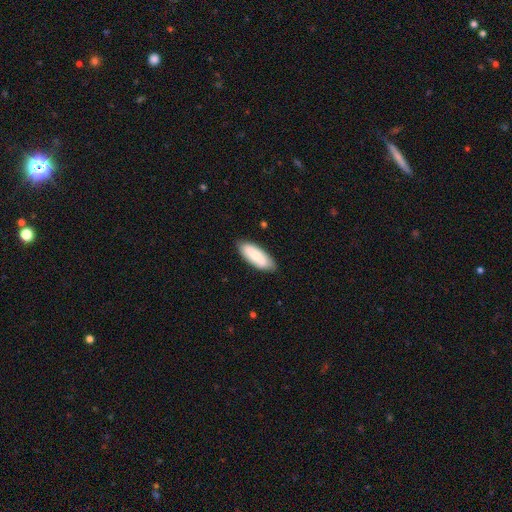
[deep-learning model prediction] Smooth or featured?
  - smooth: 76% *
  - featured or disk: 19%
  - star or artifact: 5%
How rounded?
  - in between: 73% *
  - cigar-shaped: 26%
  - round: 2%
Merging?
  - none: 84% *
  - minor disturbance: 13%
  - major disturbance: 2%
  - merger: 1%